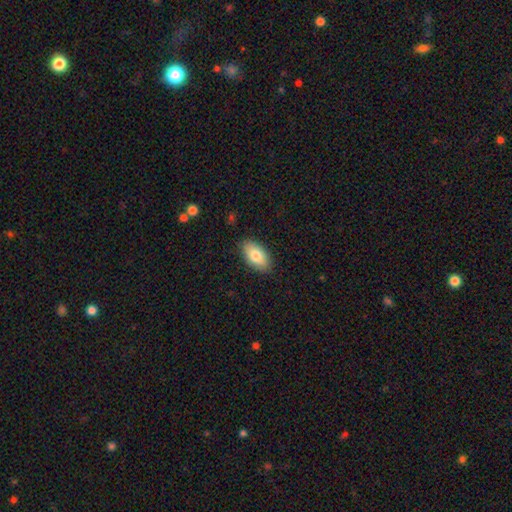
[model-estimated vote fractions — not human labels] This appears to be a smooth galaxy with no disk features (80%) that is in between round and cigar-shaped (94%). Merging: none (86%).